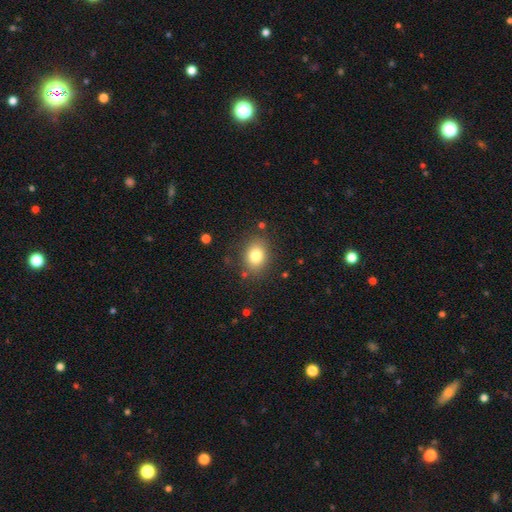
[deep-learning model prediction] Smooth or featured: smooth — 79% (star or artifact — 11%)
How rounded: in between — 59% (round — 40%)
Merging: none — 83% (minor disturbance — 11%)